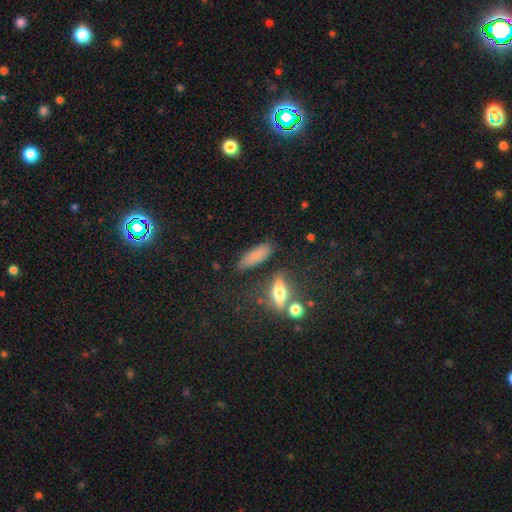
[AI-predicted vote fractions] smooth-or-featured: smooth: 72% | featured or disk: 17% | star or artifact: 11%
  how-rounded: in between: 54% | cigar-shaped: 41% | round: 5%
  merging: none: 74% | minor disturbance: 15% | merger: 6% | major disturbance: 5%